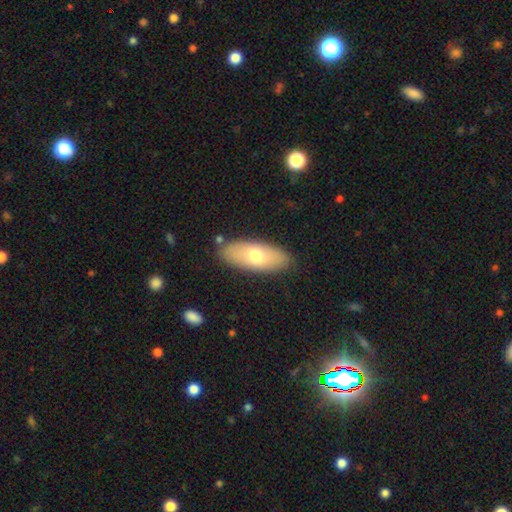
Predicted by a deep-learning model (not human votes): smooth-or-featured: smooth: 66% | featured or disk: 28% | star or artifact: 6%
  how-rounded: in between: 82% | cigar-shaped: 16% | round: 3%
  merging: none: 84% | minor disturbance: 11% | major disturbance: 3% | merger: 2%